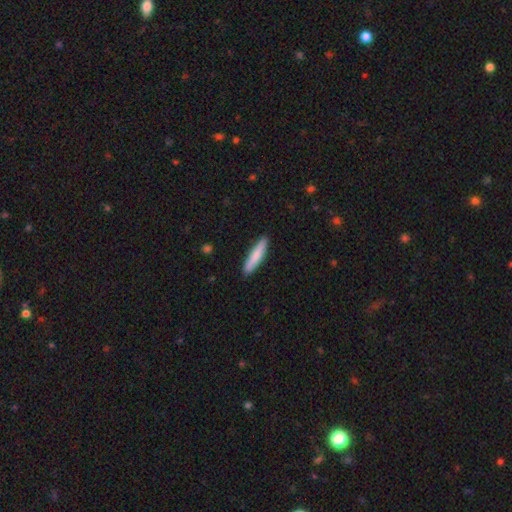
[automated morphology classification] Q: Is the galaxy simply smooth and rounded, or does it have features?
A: smooth — 79%.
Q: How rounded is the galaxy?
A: cigar-shaped — 89%.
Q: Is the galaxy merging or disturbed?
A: none — 90%.